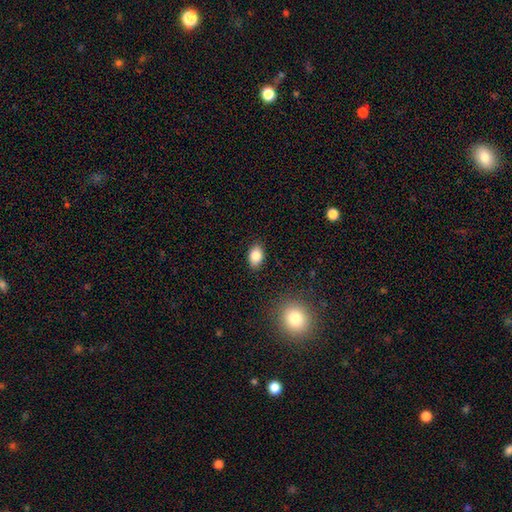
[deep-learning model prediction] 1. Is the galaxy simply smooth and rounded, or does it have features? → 84% smooth, 9% star or artifact, 7% featured or disk.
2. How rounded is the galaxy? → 85% in between, 13% round, 2% cigar-shaped.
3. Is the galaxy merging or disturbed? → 88% none, 9% minor disturbance, 2% major disturbance, 1% merger.